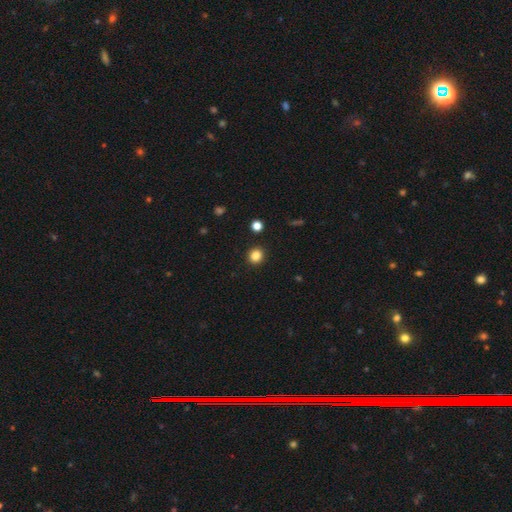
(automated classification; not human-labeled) A smooth galaxy with no disk features (84%) that is round (86%). Merging: none (92%).